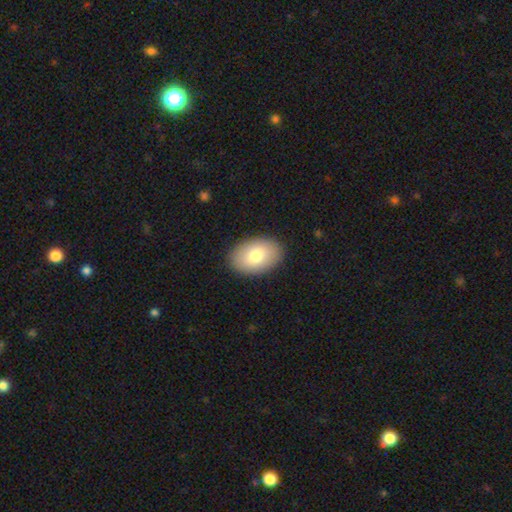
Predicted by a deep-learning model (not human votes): This appears to be a smooth galaxy with no disk features (79%) that is in between round and cigar-shaped (88%). Merging: none (89%).